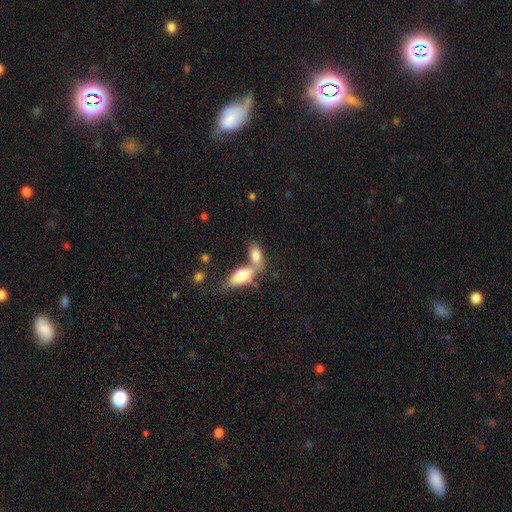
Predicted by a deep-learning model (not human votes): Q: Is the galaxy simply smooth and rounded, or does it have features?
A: smooth — 78%.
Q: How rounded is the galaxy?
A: in between — 83%.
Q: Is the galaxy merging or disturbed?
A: merger — 56%.